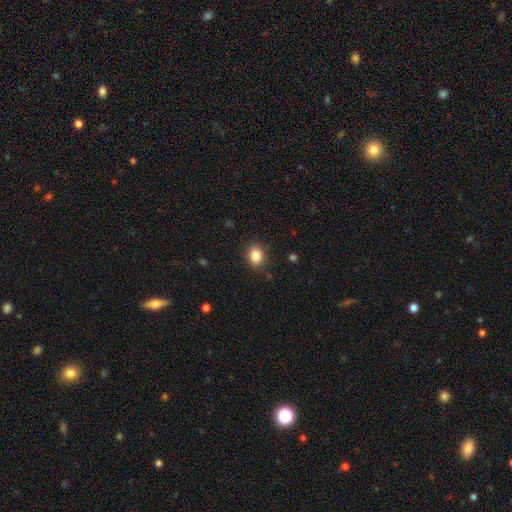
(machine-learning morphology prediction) smooth-or-featured: smooth: 85% | star or artifact: 10% | featured or disk: 5%
  how-rounded: round: 60% | in between: 39% | cigar-shaped: 1%
  merging: none: 88% | minor disturbance: 9% | major disturbance: 2% | merger: 1%